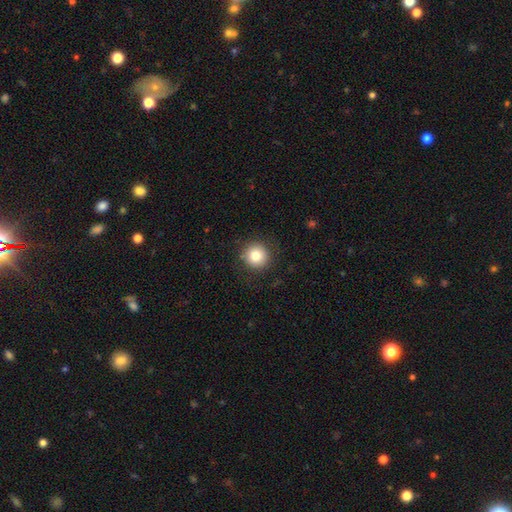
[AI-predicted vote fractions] This appears to be a smooth galaxy with no disk features (83%) that is round (95%). Merging: none (89%).